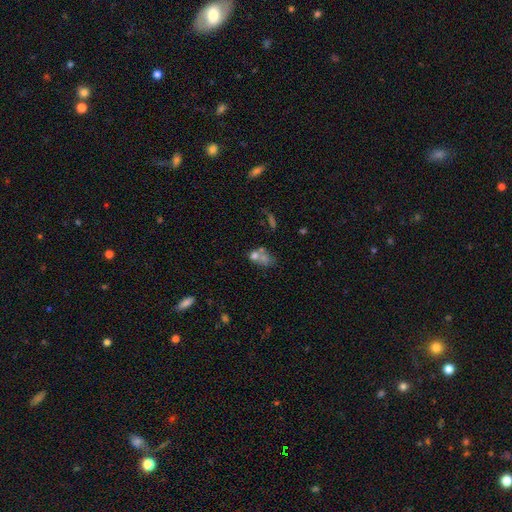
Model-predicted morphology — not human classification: Smooth or featured?
  - smooth: 60% *
  - featured or disk: 25%
  - star or artifact: 15%
How rounded?
  - in between: 55% *
  - round: 42%
  - cigar-shaped: 3%
Merging?
  - merger: 51% *
  - none: 28%
  - minor disturbance: 11%
  - major disturbance: 10%